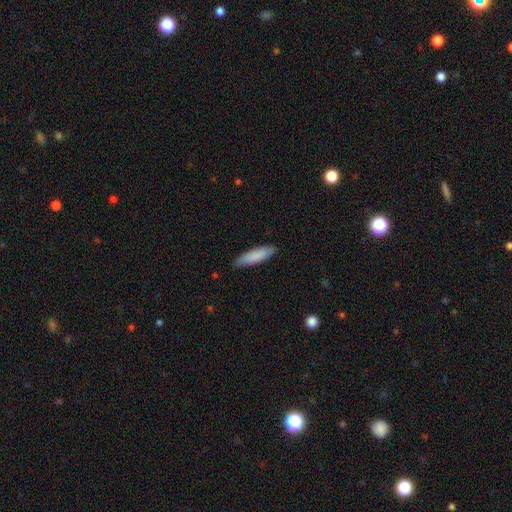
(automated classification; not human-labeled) Morphology: type=smooth (86%); roundness=cigar-shaped (63%); merging=none (84%).